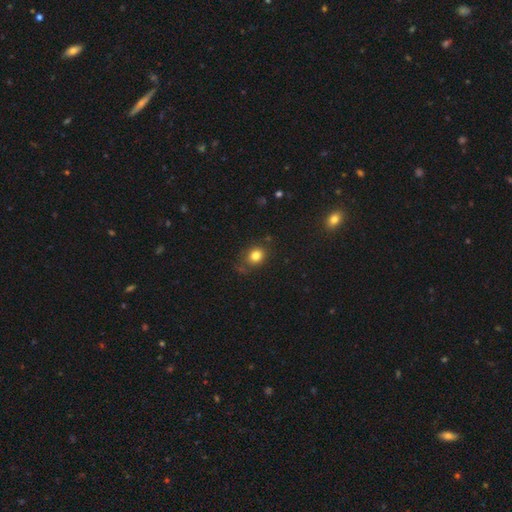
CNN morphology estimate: A smooth galaxy with no disk features (81%) that is round (66%).

Vote fractions:
- Smooth or featured? smooth: 81% / star or artifact: 12% / featured or disk: 7%
- How rounded? round: 66% / in between: 33% / cigar-shaped: 1%
- Merging? none: 75% / minor disturbance: 17% / major disturbance: 5% / merger: 3%